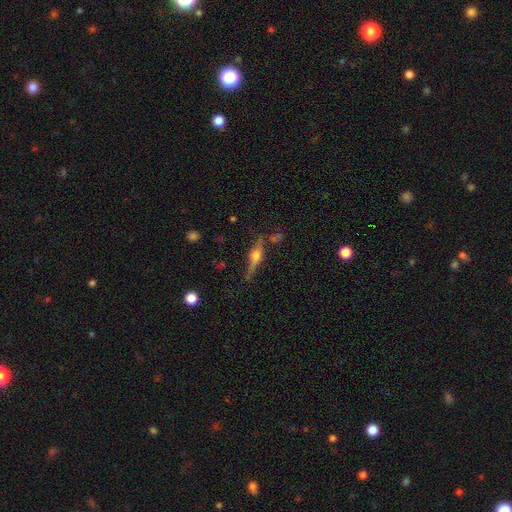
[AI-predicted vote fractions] smooth-or-featured: featured or disk: 71% | smooth: 21% | star or artifact: 9%
  disk-edge-on: yes: 96% | no: 4%
    edge-on-bulge: rounded: 93% | boxy: 5% | none: 2%
  merging: none: 79% | minor disturbance: 13% | major disturbance: 4% | merger: 4%